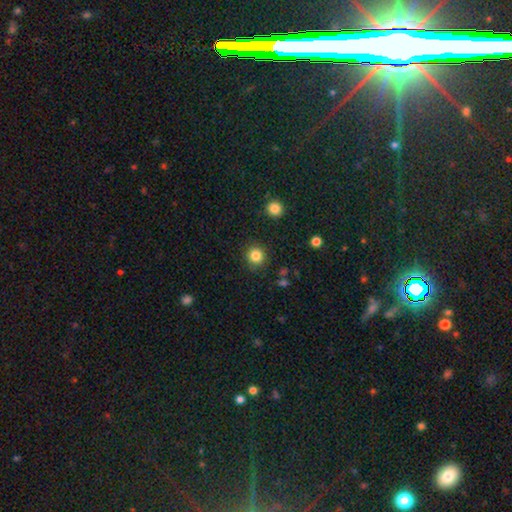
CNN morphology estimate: Smooth or featured? Predicted: smooth (p=0.84). How rounded? Predicted: round (p=0.92). Merging? Predicted: none (p=0.89).